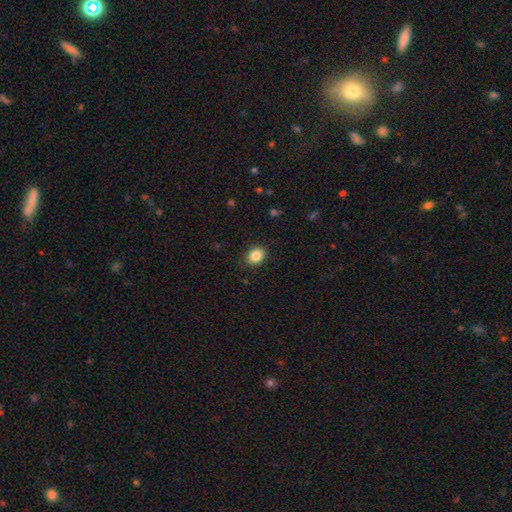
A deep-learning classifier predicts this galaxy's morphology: smooth 87%, star or artifact 9%, featured or disk 4%. Down the decision tree: how rounded — in between (62%); merging — none (86%).